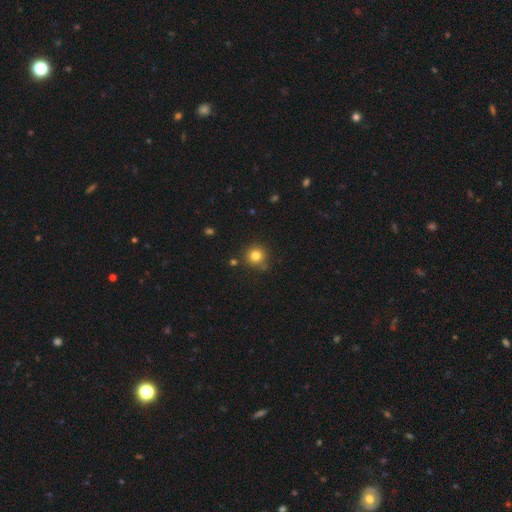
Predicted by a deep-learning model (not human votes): smooth-or-featured: smooth: 81% | star or artifact: 13% | featured or disk: 7%
  how-rounded: round: 92% | in between: 7% | cigar-shaped: 1%
  merging: none: 80% | minor disturbance: 11% | merger: 5% | major disturbance: 3%